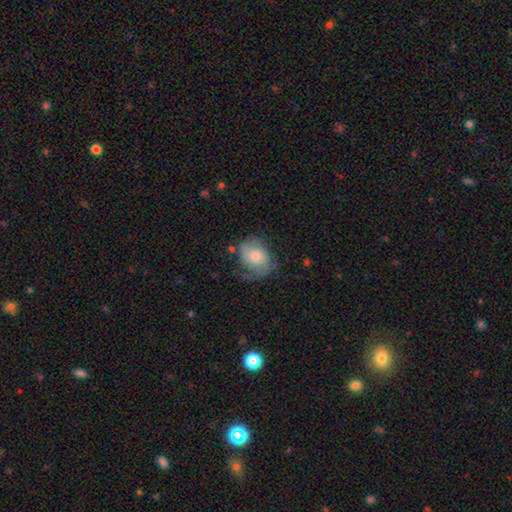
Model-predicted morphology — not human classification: type=smooth (55%); roundness=round (54%); merging=none (53%).